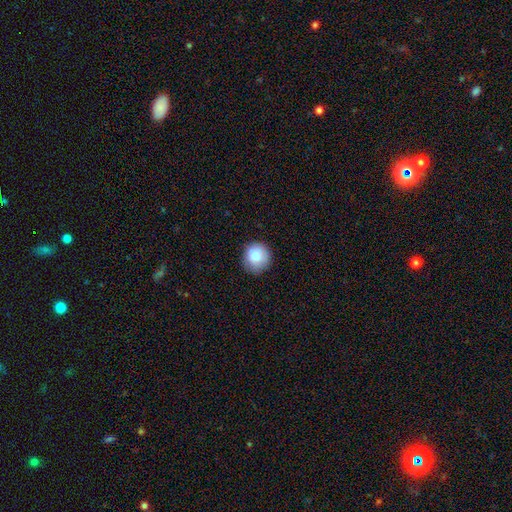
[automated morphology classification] smooth 84%, featured or disk 8%, star or artifact 8%. Down the decision tree: how rounded — round (90%); merging — none (81%).